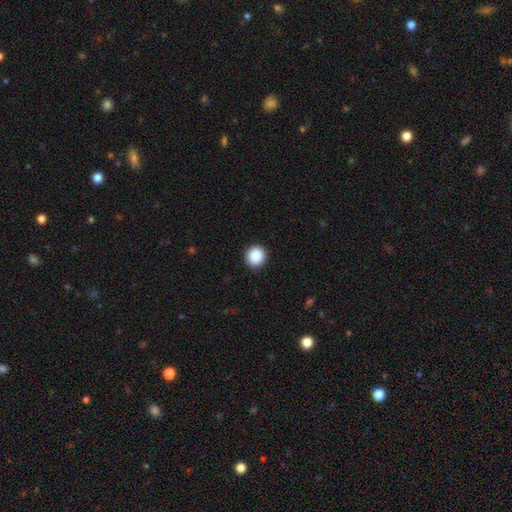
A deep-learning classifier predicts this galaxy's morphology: smooth-or-featured: smooth: 89% | star or artifact: 8% | featured or disk: 3%
  how-rounded: round: 91% | in between: 8% | cigar-shaped: 1%
  merging: none: 92% | minor disturbance: 6% | major disturbance: 2% | merger: 1%